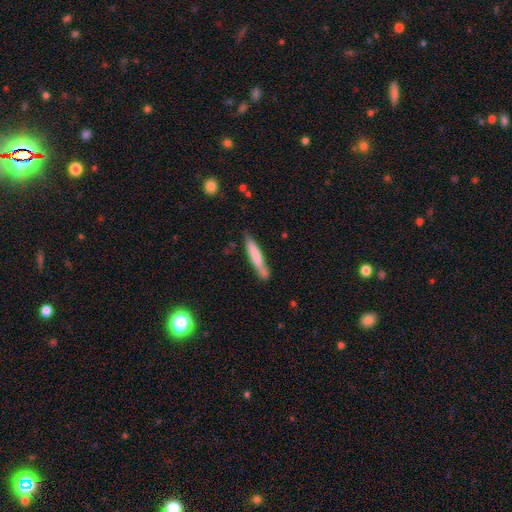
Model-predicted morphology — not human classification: Smooth or featured: smooth — 69% (featured or disk — 25%)
How rounded: cigar-shaped — 91% (in between — 8%)
Merging: none — 66% (minor disturbance — 20%)